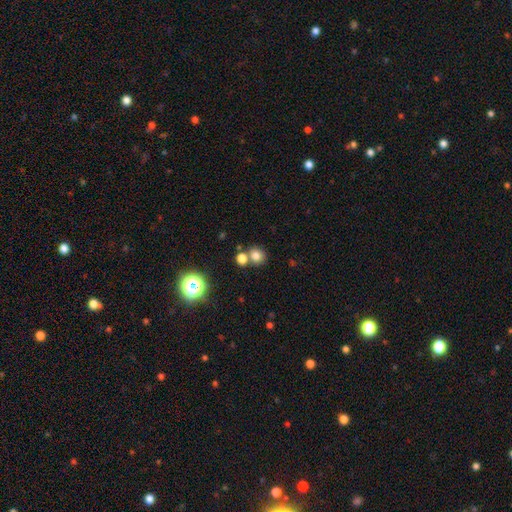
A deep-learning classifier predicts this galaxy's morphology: smooth-or-featured: smooth: 77% | star or artifact: 16% | featured or disk: 7%
  how-rounded: round: 82% | in between: 17% | cigar-shaped: 1%
  merging: none: 63% | merger: 26% | minor disturbance: 8% | major disturbance: 3%